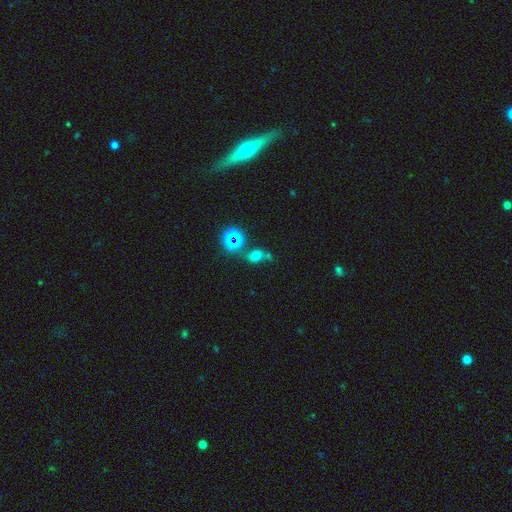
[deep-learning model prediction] Overall: smooth (54%; star or artifact 31%). How rounded: round (50%; in between 47%). Merging: none (52%; merger 20%).